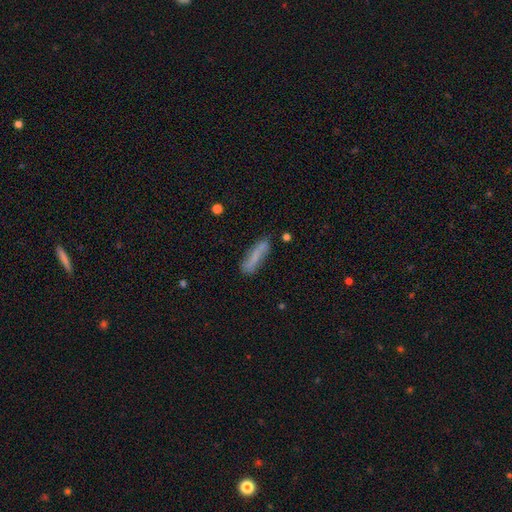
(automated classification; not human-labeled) Smooth or featured?
  - smooth: 61% *
  - featured or disk: 30%
  - star or artifact: 9%
How rounded?
  - cigar-shaped: 76% *
  - in between: 22%
  - round: 2%
Merging?
  - none: 72% *
  - minor disturbance: 19%
  - major disturbance: 5%
  - merger: 4%